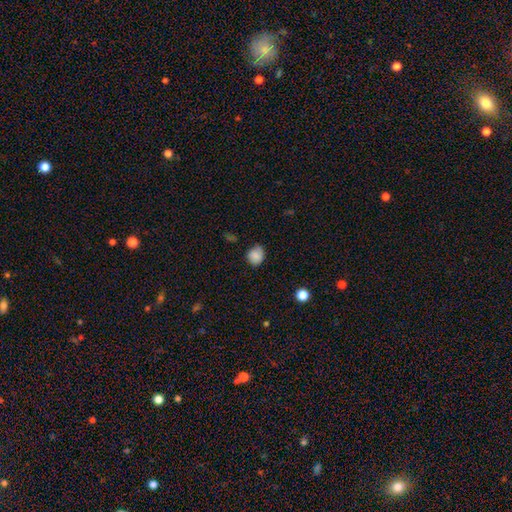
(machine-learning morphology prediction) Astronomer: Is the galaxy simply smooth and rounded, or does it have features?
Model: smooth — 84%.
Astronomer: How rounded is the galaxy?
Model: round — 75%.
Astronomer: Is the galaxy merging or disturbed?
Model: none — 71%.